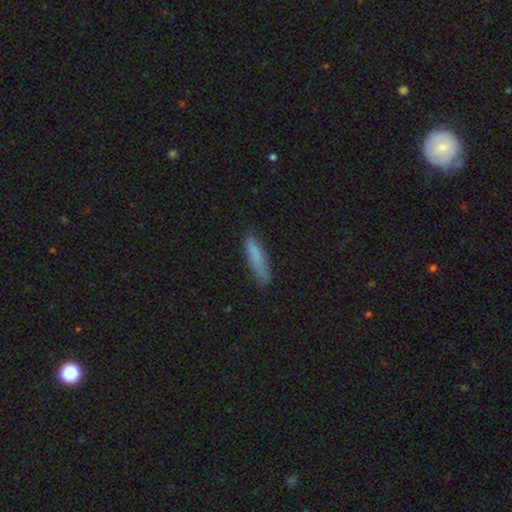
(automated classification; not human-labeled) This is clearly a smooth galaxy (82%). How rounded: clearly cigar-shaped (82%). Merging: likely none (77%).